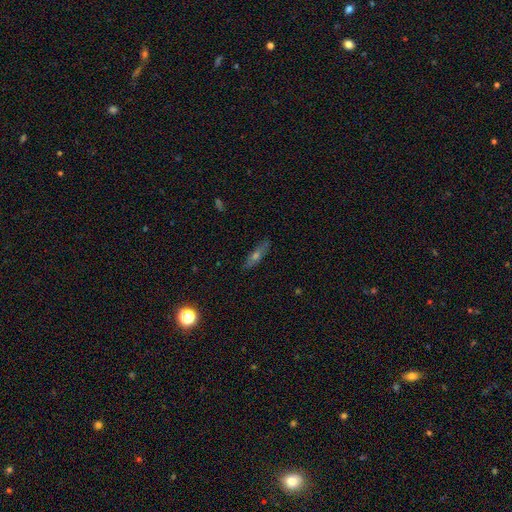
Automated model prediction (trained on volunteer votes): smooth_or_featured: featured or disk (p=0.47) [alt: smooth p=0.39]
merging: none (p=0.86) [alt: minor disturbance p=0.11]